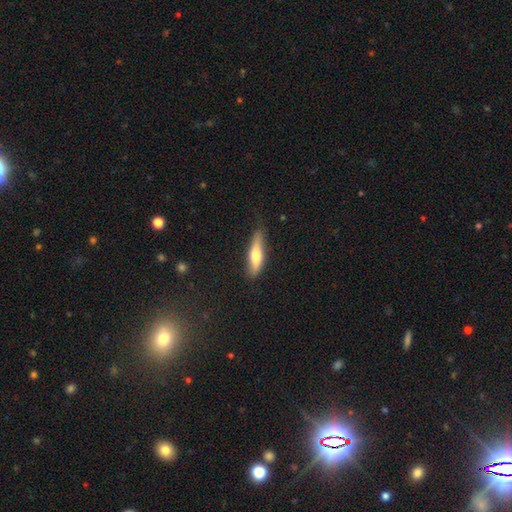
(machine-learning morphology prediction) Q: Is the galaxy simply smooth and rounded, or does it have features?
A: smooth — 63%.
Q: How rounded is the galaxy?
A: cigar-shaped — 72%.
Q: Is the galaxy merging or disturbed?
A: none — 74%.